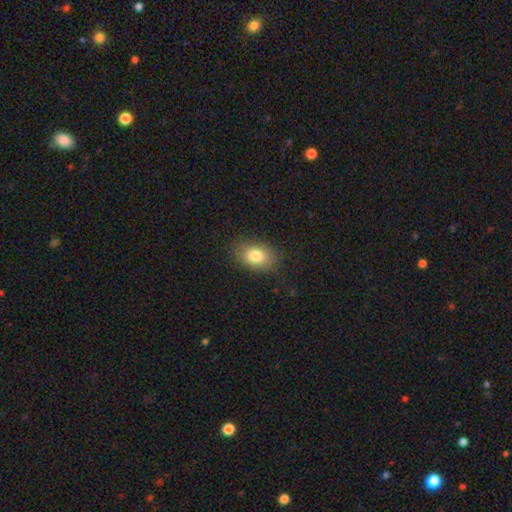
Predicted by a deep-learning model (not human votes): Overall: smooth (81%). How rounded: in between (81%). Merging: none (83%).